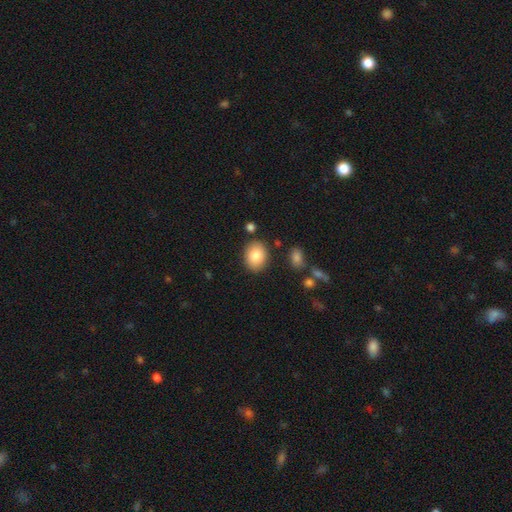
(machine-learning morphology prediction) This appears to be a smooth galaxy with no disk features (84%) that is in between round and cigar-shaped (53%). Merging: none (84%).